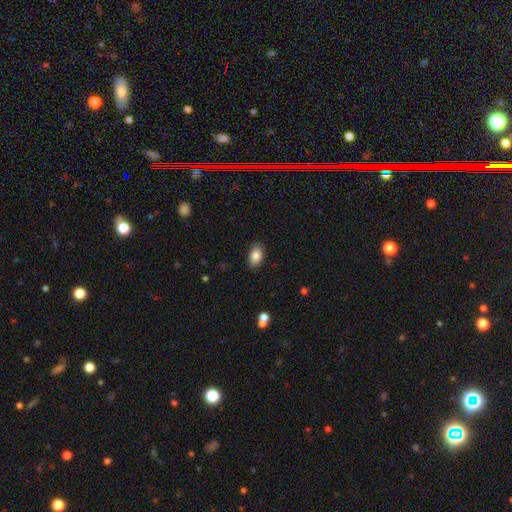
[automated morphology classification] smooth 84%, star or artifact 8%, featured or disk 8%. Down the decision tree: how rounded — in between (88%); merging — none (87%).